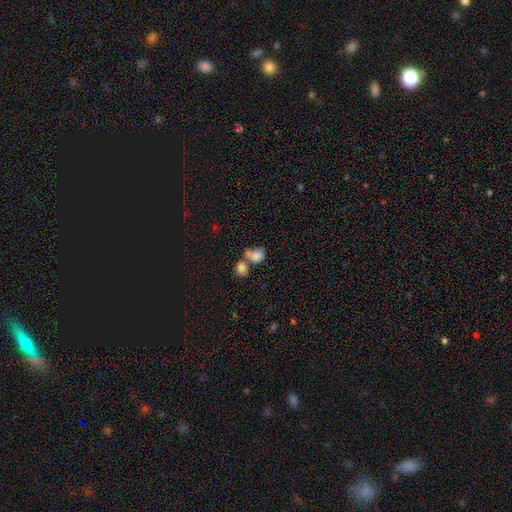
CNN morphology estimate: smooth 81%, featured or disk 10%, star or artifact 9%. Down the decision tree: how rounded — round (55%); merging — merger (59%).